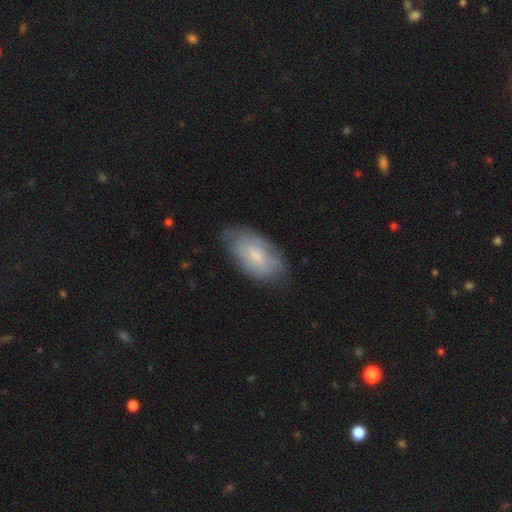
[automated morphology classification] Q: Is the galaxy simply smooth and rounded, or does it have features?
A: smooth — 56%.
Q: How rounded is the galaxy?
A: in between — 92%.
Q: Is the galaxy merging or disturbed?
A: none — 71%.